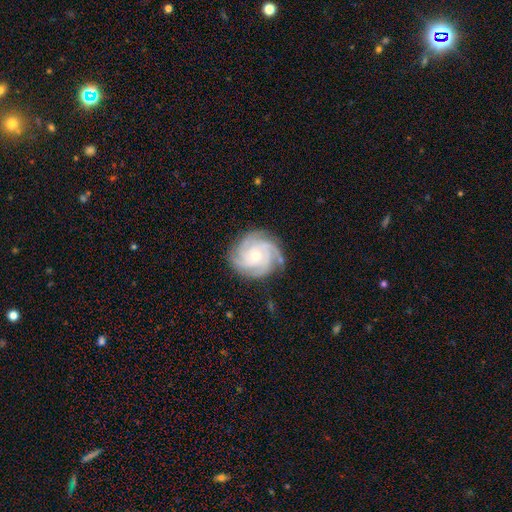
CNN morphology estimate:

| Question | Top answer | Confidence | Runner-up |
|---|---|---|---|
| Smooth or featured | featured or disk | 87% | smooth (7%) |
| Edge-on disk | no | 98% | yes (2%) |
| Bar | no | 75% | weak (21%) |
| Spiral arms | yes | 98% | no (2%) |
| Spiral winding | tight | 72% | medium (24%) |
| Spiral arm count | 4 | 44% | 3 (23%) |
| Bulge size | small | 57% | moderate (40%) |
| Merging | none | 80% | minor disturbance (15%) |